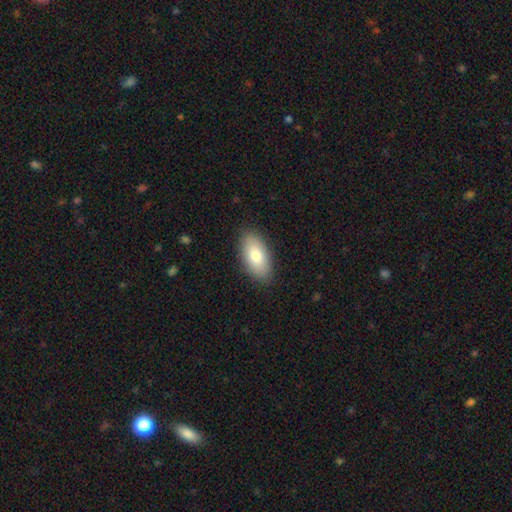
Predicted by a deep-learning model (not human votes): Smooth or featured? smooth (80%)
How rounded? in between (93%)
Merging? none (88%)